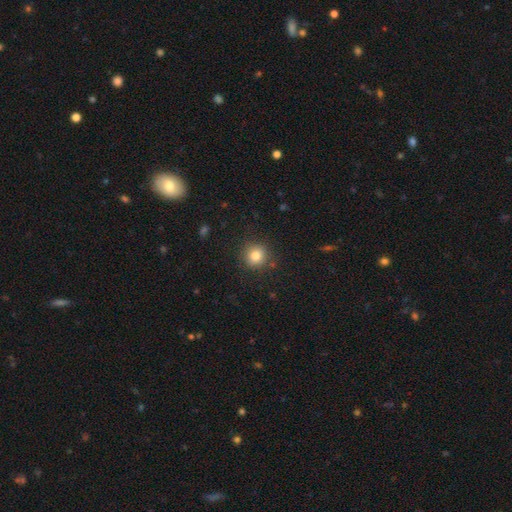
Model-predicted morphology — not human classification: The model was most divided on "smooth or featured": smooth: 82%, star or artifact: 11%, featured or disk: 7%. More confident: how rounded — round (91%); merging — none (88%).